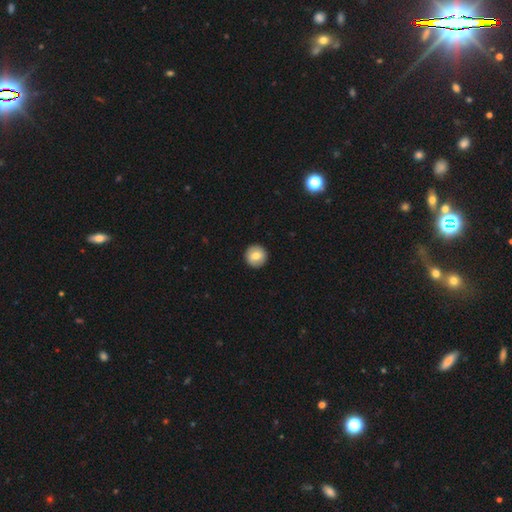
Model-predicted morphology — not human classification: Smooth or featured: smooth — 76% (featured or disk — 16%)
How rounded: round — 95% (in between — 4%)
Merging: none — 92% (minor disturbance — 5%)